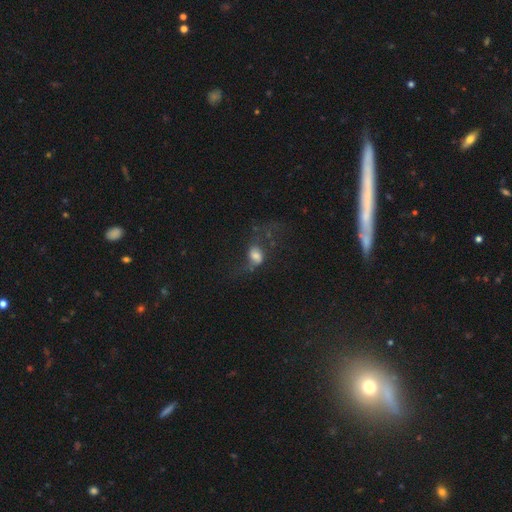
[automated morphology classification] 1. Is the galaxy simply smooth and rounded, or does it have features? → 51% smooth, 37% featured or disk, 12% star or artifact.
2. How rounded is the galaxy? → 70% in between, 27% round, 2% cigar-shaped.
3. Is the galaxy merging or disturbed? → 45% major disturbance, 30% none, 19% minor disturbance, 6% merger.